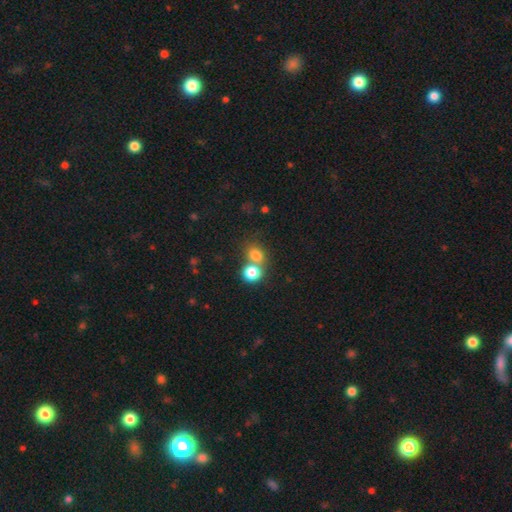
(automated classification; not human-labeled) Q: Smooth or featured?
A: smooth (77%); runner-up: star or artifact (14%)
Q: How rounded?
A: round (70%); runner-up: in between (29%)
Q: Merging?
A: merger (47%); runner-up: none (43%)